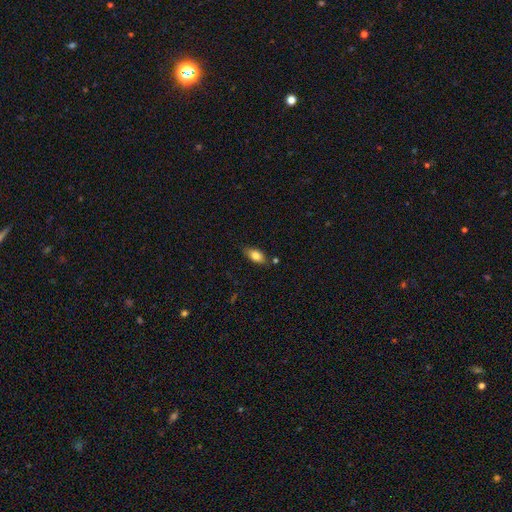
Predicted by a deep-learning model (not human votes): smooth 82%, featured or disk 10%, star or artifact 8%. Down the decision tree: how rounded — in between (90%); merging — none (76%).